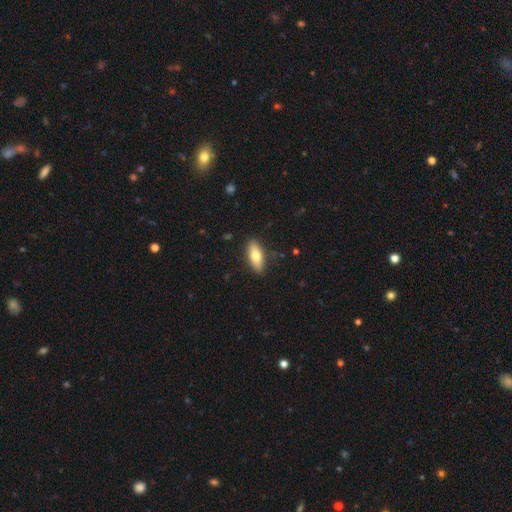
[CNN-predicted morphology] smooth-or-featured: smooth: 73% | featured or disk: 21% | star or artifact: 6%
  how-rounded: in between: 75% | cigar-shaped: 22% | round: 3%
  merging: none: 87% | minor disturbance: 10% | major disturbance: 2% | merger: 1%